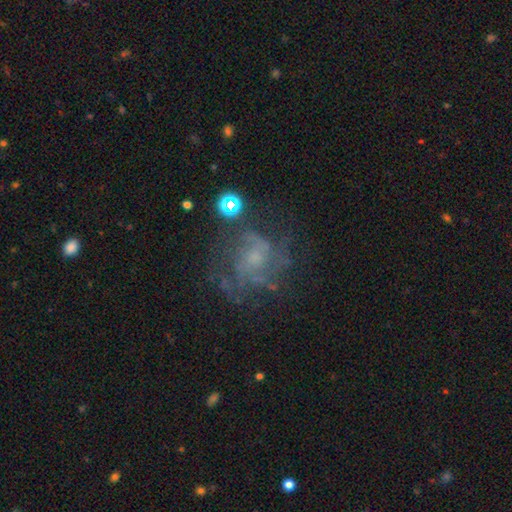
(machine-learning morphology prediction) smooth_or_featured: featured or disk (p=0.68) [alt: smooth p=0.17]
disk_edge_on: no (p=0.98) [alt: yes p=0.02]
bar: no (p=0.71) [alt: weak p=0.25]
has_spiral_arms: yes (p=0.76) [alt: no p=0.24]
spiral_winding: medium (p=0.44) [alt: tight p=0.31]
spiral_arm_count: can't tell (p=0.42) [alt: 3 p=0.19]
bulge_size: small (p=0.50) [alt: moderate p=0.24]
merging: none (p=0.57) [alt: major disturbance p=0.21]